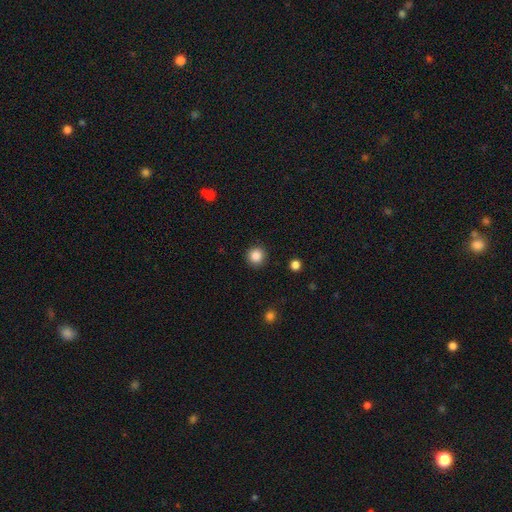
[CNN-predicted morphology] Smooth or featured?
  - smooth: 86% *
  - star or artifact: 10%
  - featured or disk: 3%
How rounded?
  - round: 95% *
  - in between: 4%
  - cigar-shaped: 1%
Merging?
  - none: 92% *
  - minor disturbance: 5%
  - major disturbance: 2%
  - merger: 1%